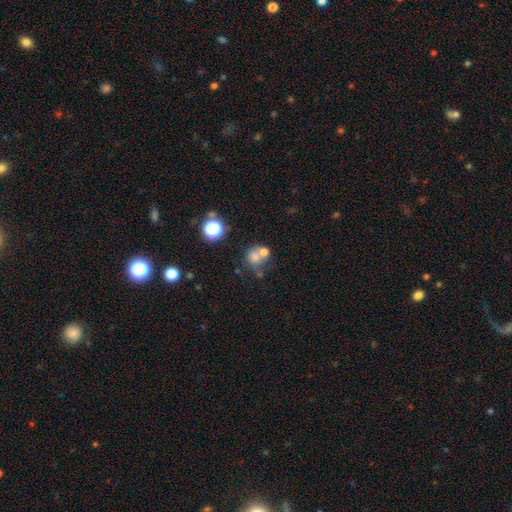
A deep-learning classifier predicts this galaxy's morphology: Overall: smooth (67%). How rounded: round (78%). Merging: merger (46%; none 36%).